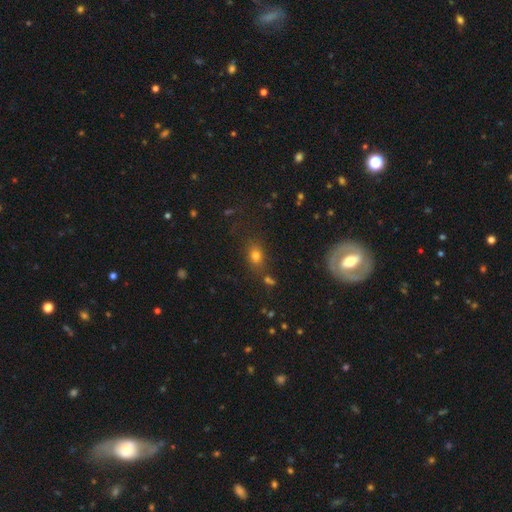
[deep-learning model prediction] smooth-or-featured: smooth: 74% | star or artifact: 17% | featured or disk: 9%
  how-rounded: in between: 62% | round: 36% | cigar-shaped: 2%
  merging: none: 76% | minor disturbance: 13% | merger: 6% | major disturbance: 5%